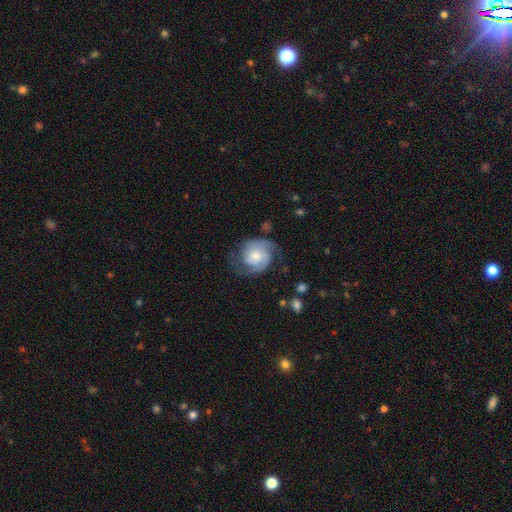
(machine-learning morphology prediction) Smooth or featured? Predicted: featured or disk (p=0.77). Edge-on disk? Predicted: no (p=0.98). Bar? Predicted: no (p=0.67). Spiral arms? Predicted: yes (p=0.94). Spiral winding? Predicted: medium (p=0.44). Spiral arm count? Predicted: 2 (p=0.82). Bulge size? Predicted: small (p=0.46). Merging? Predicted: none (p=0.67).